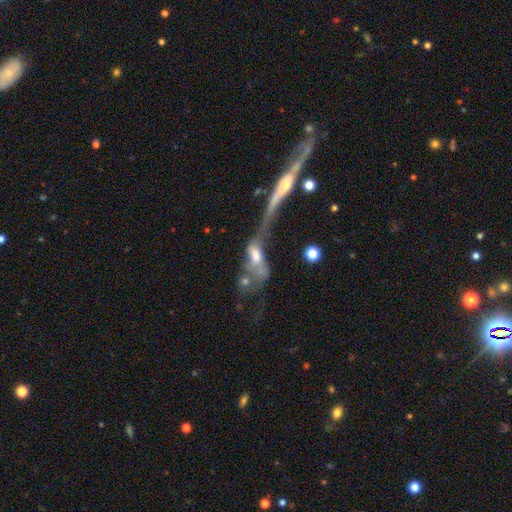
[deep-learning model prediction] smooth-or-featured: featured or disk: 49% | smooth: 39% | star or artifact: 12%
  merging: merger: 60% | major disturbance: 23% | none: 10% | minor disturbance: 7%